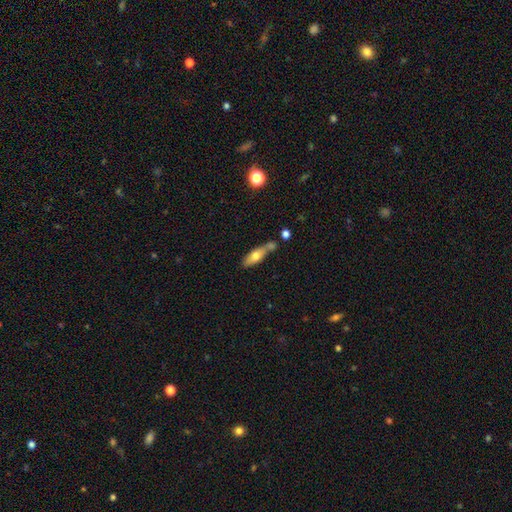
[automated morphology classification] Smooth or featured: smooth — 64% (featured or disk — 29%)
How rounded: in between — 54% (cigar-shaped — 43%)
Merging: none — 46% (merger — 30%)